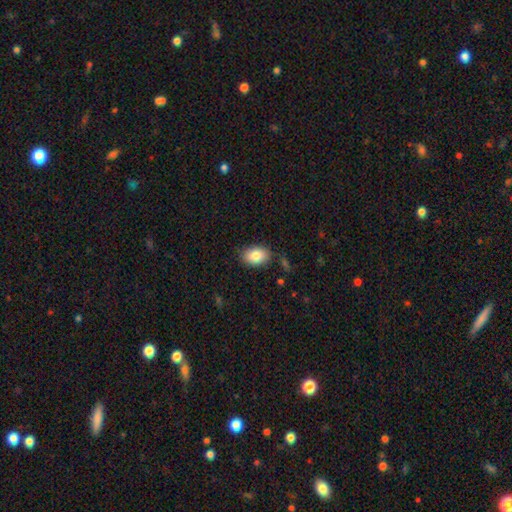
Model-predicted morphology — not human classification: Smooth or featured? smooth (84%)
How rounded? in between (84%)
Merging? none (81%)